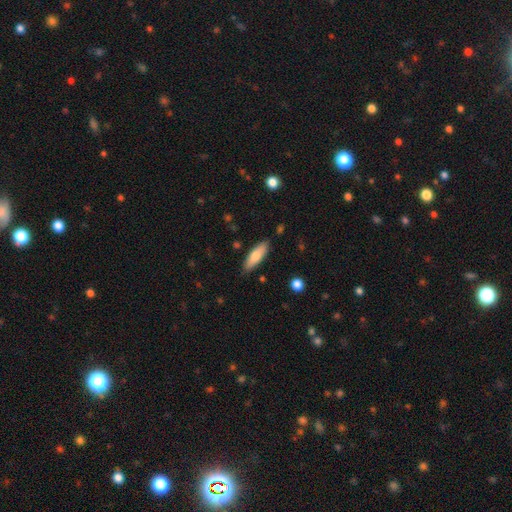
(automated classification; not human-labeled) This is likely a smooth galaxy (77%). How rounded: possibly in between (54%). Merging: clearly none (85%).